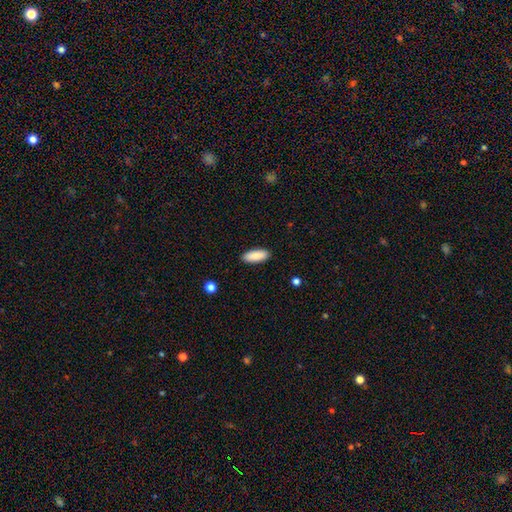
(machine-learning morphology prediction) type=smooth (89%); roundness=in between (77%); merging=none (90%).